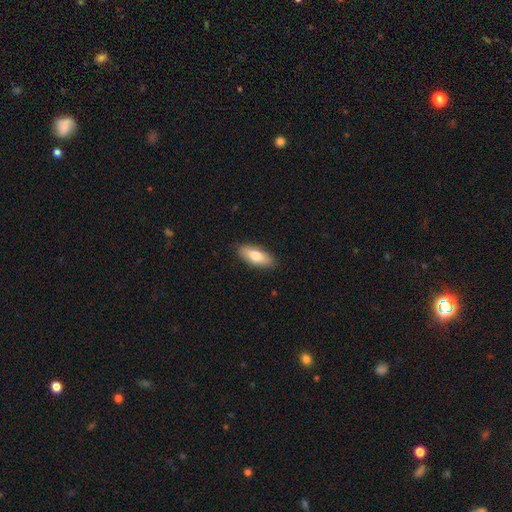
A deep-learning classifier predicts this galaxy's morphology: A smooth galaxy with no disk features (76%) that is in between round and cigar-shaped (73%). Merging: none (89%).